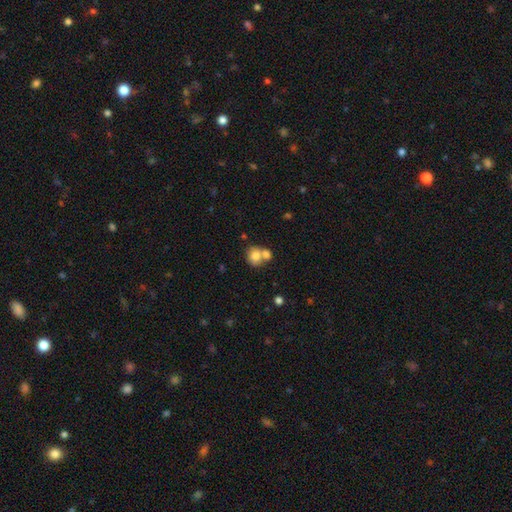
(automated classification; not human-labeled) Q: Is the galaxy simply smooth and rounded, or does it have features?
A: smooth — 78%.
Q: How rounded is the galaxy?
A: round — 73%.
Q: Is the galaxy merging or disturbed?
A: merger — 50%.